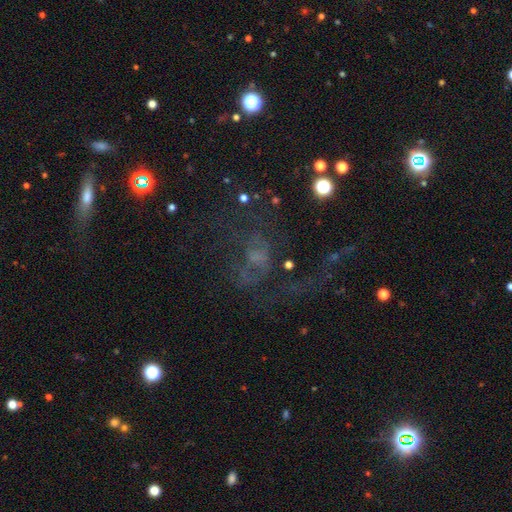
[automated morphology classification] smooth-or-featured: featured or disk: 46% | star or artifact: 31% | smooth: 22%
  merging: none: 42% | major disturbance: 36% | minor disturbance: 15% | merger: 6%